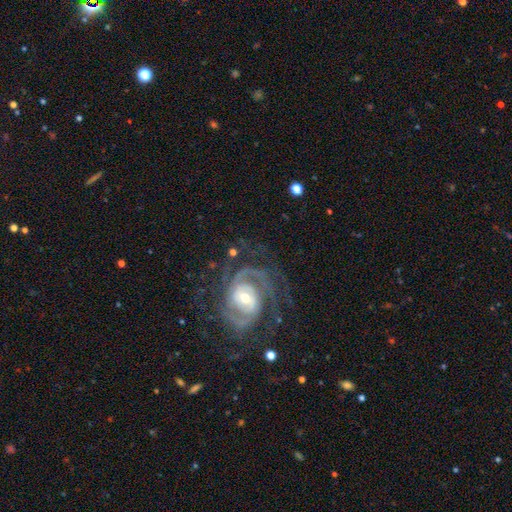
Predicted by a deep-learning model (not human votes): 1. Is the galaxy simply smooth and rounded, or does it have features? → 80% featured or disk, 11% star or artifact, 9% smooth.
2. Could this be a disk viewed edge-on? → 97% no, 3% yes.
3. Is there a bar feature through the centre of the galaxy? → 41% no, 38% weak, 21% strong.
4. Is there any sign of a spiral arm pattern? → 93% yes, 7% no.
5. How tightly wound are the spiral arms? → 51% tight, 38% medium, 11% loose.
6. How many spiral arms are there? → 57% 2, 17% can't tell, 10% 3, 6% 1, 5% 4, 5% more than 4.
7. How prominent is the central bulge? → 54% moderate, 25% small, 16% large, 2% dominant, 2% none.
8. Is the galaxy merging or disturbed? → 74% none, 13% minor disturbance, 11% major disturbance, 2% merger.